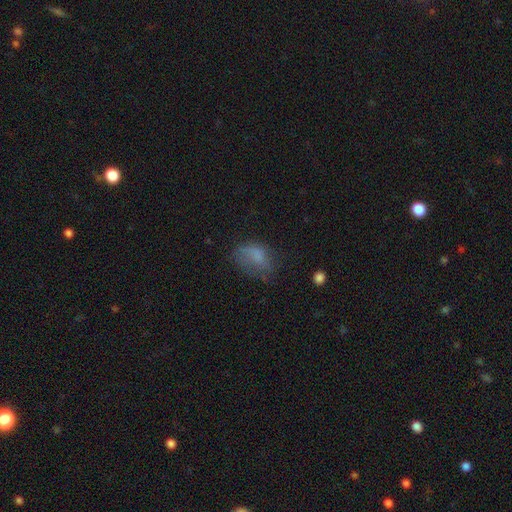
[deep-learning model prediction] Smooth or featured? smooth (66%)
How rounded? in between (79%)
Merging? none (39%)